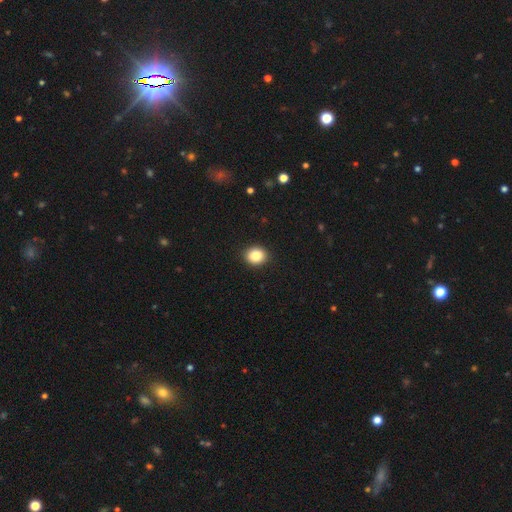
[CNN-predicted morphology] Smooth or featured? Predicted: smooth (p=0.86). How rounded? Predicted: round (p=0.65). Merging? Predicted: none (p=0.91).